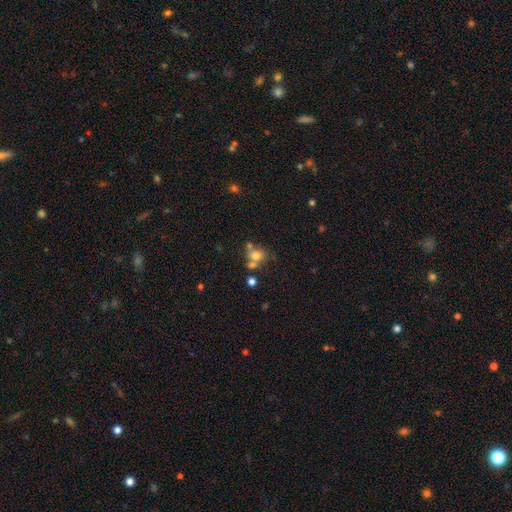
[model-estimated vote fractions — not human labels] The model was most divided on "merging": merger: 40%, none: 38%, minor disturbance: 13%, major disturbance: 9%. More confident: smooth or featured — smooth (66%); how rounded — round (62%).